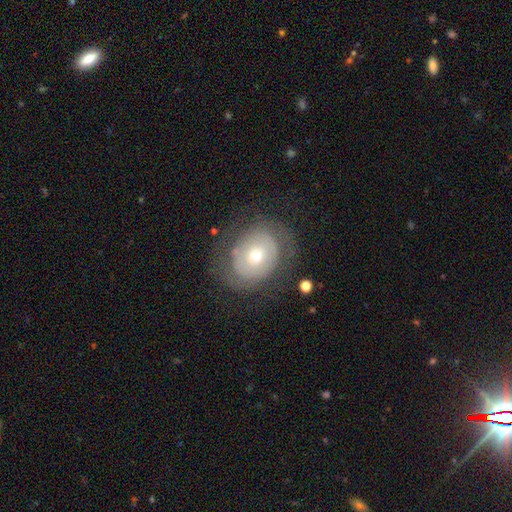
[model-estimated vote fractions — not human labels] Smooth or featured: featured or disk — 53% (smooth — 40%)
Edge-on disk: no — 95% (yes — 5%)
Merging: none — 71% (minor disturbance — 17%)